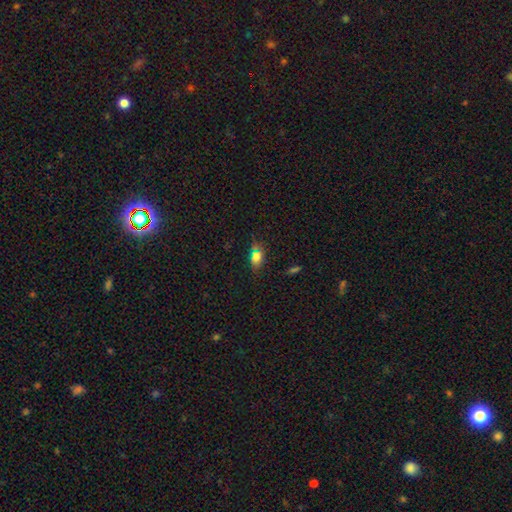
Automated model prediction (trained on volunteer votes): Smooth or featured? Predicted: smooth (p=0.68). How rounded? Predicted: in between (p=0.83). Merging? Predicted: none (p=0.78).